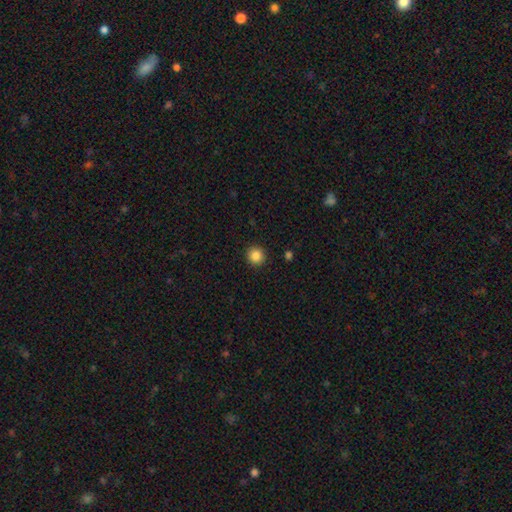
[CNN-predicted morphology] Smooth or featured?
  - smooth: 86% *
  - star or artifact: 10%
  - featured or disk: 4%
How rounded?
  - round: 94% *
  - in between: 5%
  - cigar-shaped: 1%
Merging?
  - none: 92% *
  - minor disturbance: 5%
  - major disturbance: 2%
  - merger: 1%